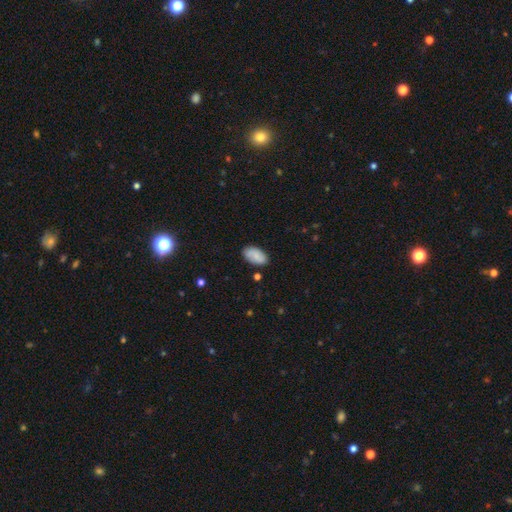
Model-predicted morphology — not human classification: A smooth galaxy with no disk features (78%) that is in between round and cigar-shaped (95%). Merging: none (82%).